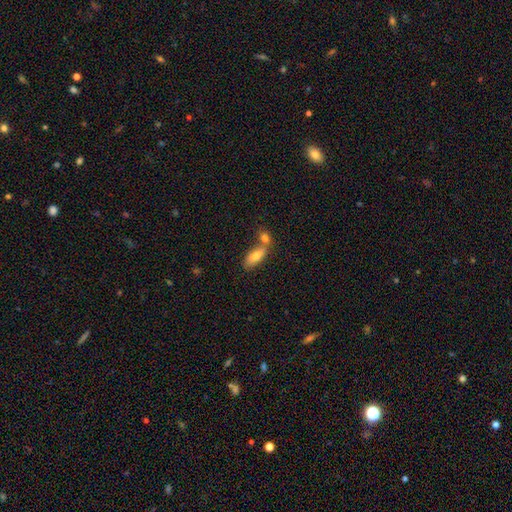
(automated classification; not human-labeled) Morphology: type=smooth (74%); roundness=in between (75%); merging=merger (44%).